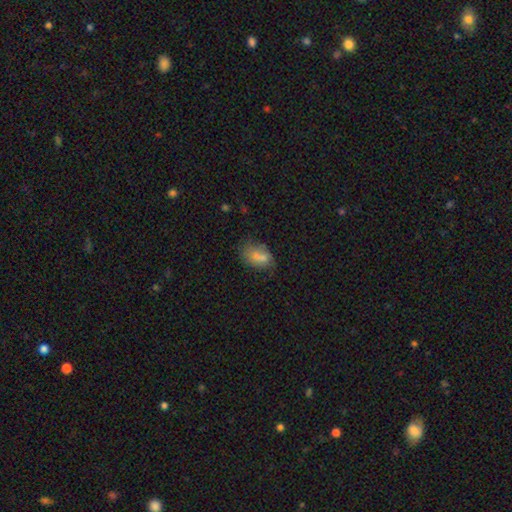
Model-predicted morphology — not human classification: Smooth or featured? smooth (70%)
How rounded? in between (81%)
Merging? none (51%)